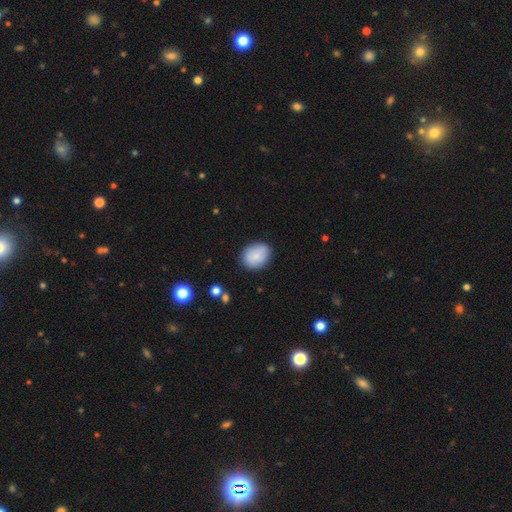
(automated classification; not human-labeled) Morphology: type=smooth (83%); roundness=in between (58%); merging=none (83%).